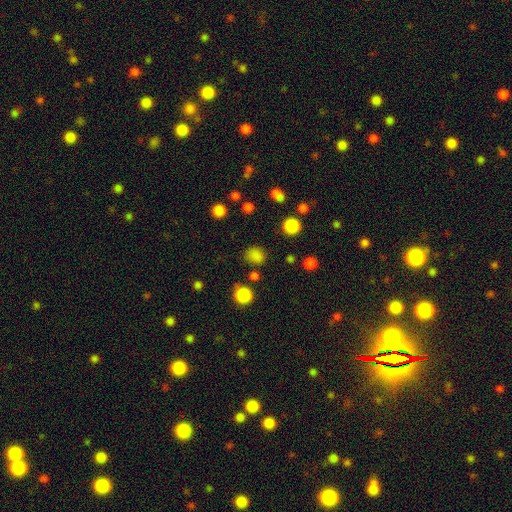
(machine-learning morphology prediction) smooth_or_featured: smooth (p=0.79) [alt: star or artifact p=0.16]
how_rounded: round (p=0.73) [alt: in between p=0.26]
merging: none (p=0.80) [alt: minor disturbance p=0.12]